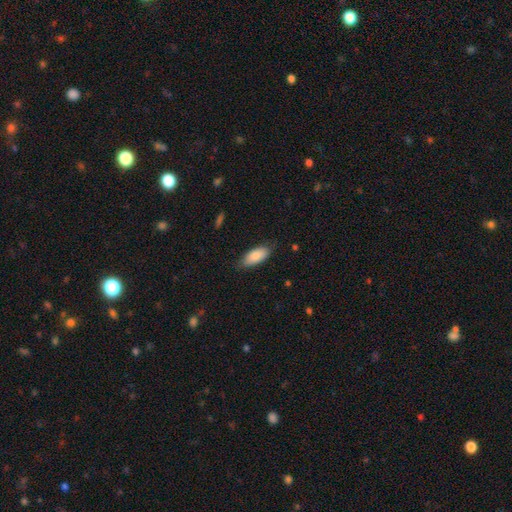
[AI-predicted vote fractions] smooth 84%, featured or disk 10%, star or artifact 6%. Down the decision tree: how rounded — in between (86%); merging — none (76%).